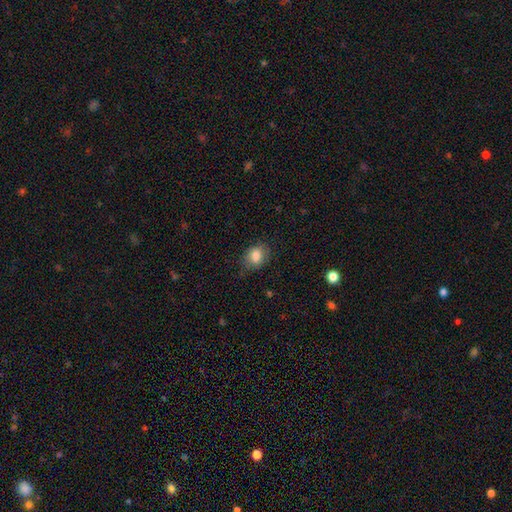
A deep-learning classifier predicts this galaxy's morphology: type=smooth (83%); roundness=in between (59%); merging=none (74%).